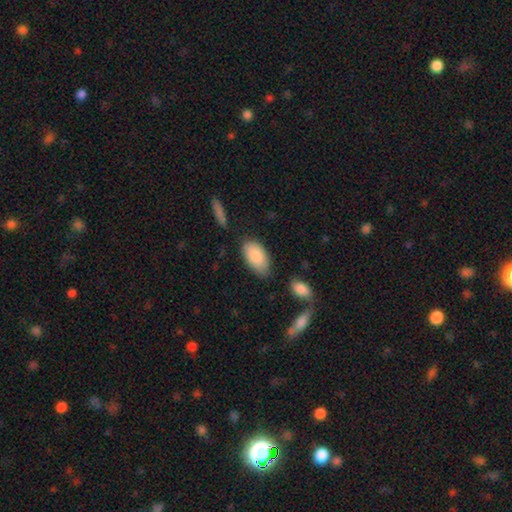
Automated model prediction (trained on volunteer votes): Smooth or featured? smooth (87%)
How rounded? in between (95%)
Merging? none (74%)